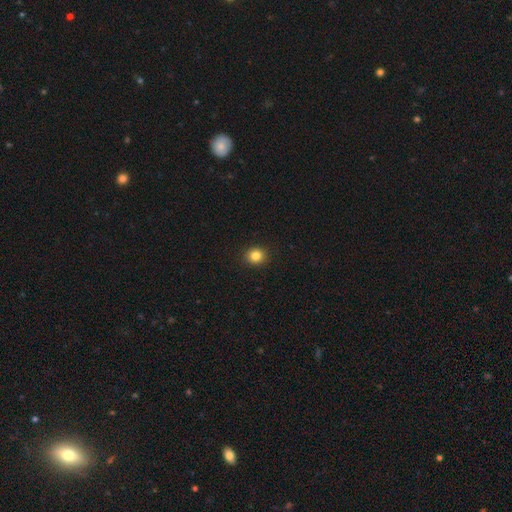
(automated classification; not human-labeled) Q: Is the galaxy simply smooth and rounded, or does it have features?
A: smooth — 84%.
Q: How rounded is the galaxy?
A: round — 83%.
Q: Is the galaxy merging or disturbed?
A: none — 92%.